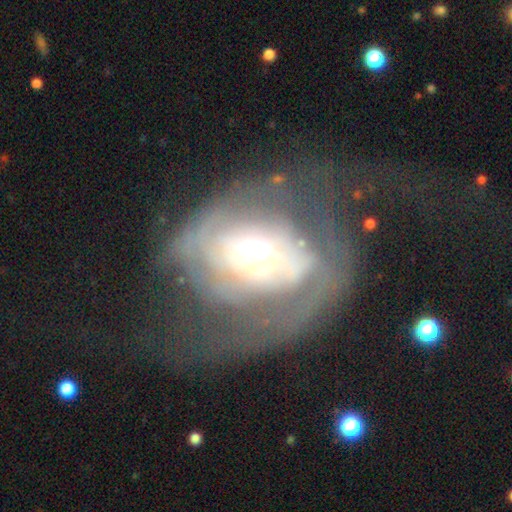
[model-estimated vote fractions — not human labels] This is likely a featured or disk galaxy (71%). It is clearly not viewed edge-on (95%). Bar: likely no (63%). Spiral arm pattern: likely yes (60%). Central bulge: possibly moderate (59%). Merging: possibly major disturbance (45%).